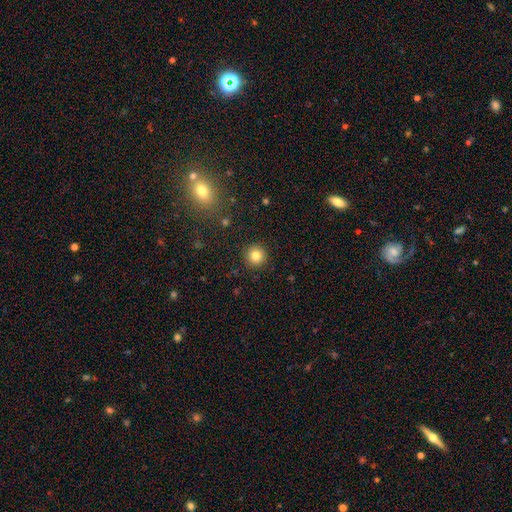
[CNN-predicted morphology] smooth_or_featured: smooth (p=0.83) [alt: star or artifact p=0.11]
how_rounded: round (p=0.94) [alt: in between p=0.05]
merging: none (p=0.92) [alt: minor disturbance p=0.05]